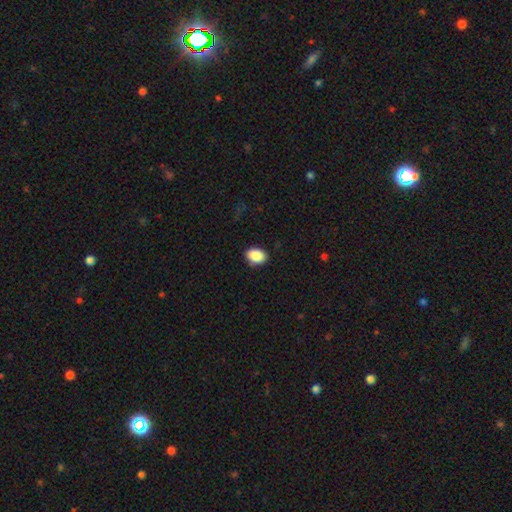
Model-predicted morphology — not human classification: Overall: smooth (89%). How rounded: in between (80%). Merging: none (86%).